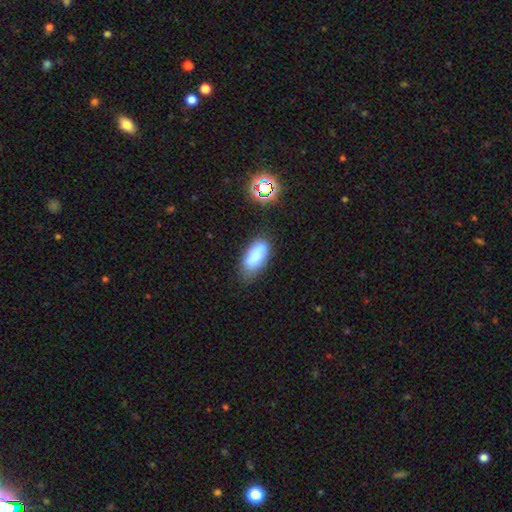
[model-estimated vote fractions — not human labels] Smooth or featured?
  - smooth: 75% *
  - featured or disk: 15%
  - star or artifact: 9%
How rounded?
  - in between: 86% *
  - cigar-shaped: 11%
  - round: 3%
Merging?
  - none: 64% *
  - minor disturbance: 25%
  - major disturbance: 6%
  - merger: 5%